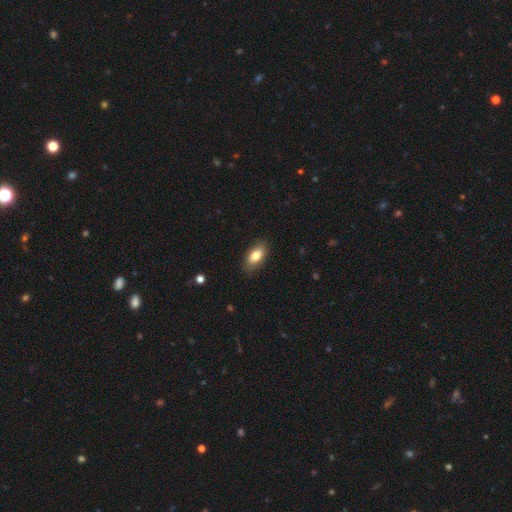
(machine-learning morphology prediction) smooth 81%, featured or disk 12%, star or artifact 7%. Down the decision tree: how rounded — in between (89%); merging — none (86%).